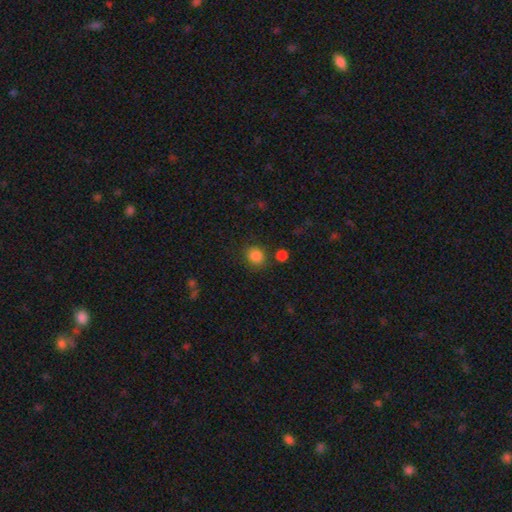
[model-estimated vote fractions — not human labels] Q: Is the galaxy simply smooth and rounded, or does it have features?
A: smooth — 85%.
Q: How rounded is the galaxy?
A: round — 72%.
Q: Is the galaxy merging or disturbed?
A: none — 80%.